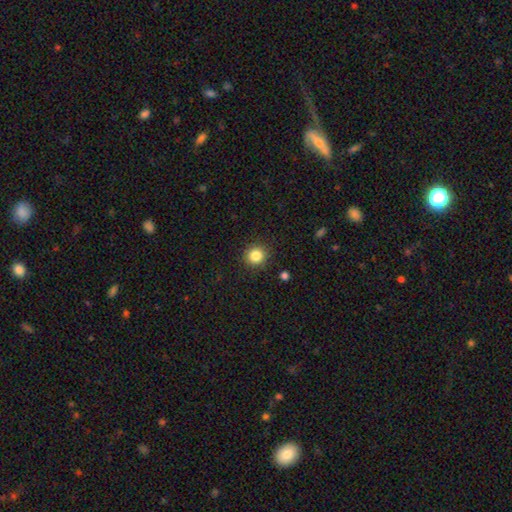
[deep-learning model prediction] This is clearly a smooth galaxy (84%). How rounded: clearly round (90%). Merging: clearly none (90%).